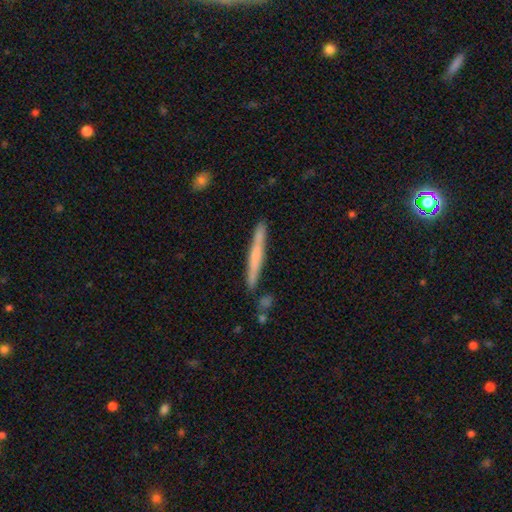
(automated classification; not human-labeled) Smooth or featured?
  - smooth: 53% *
  - featured or disk: 41%
  - star or artifact: 6%
How rounded?
  - cigar-shaped: 97% *
  - in between: 2%
  - round: 1%
Merging?
  - none: 87% *
  - minor disturbance: 9%
  - merger: 3%
  - major disturbance: 2%